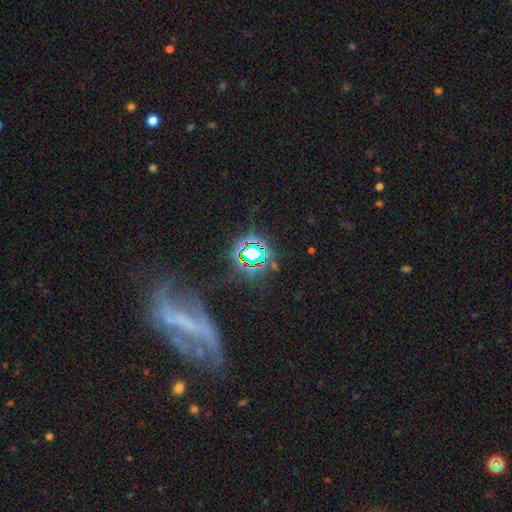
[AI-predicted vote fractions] Smooth or featured? Predicted: star or artifact (p=0.56).